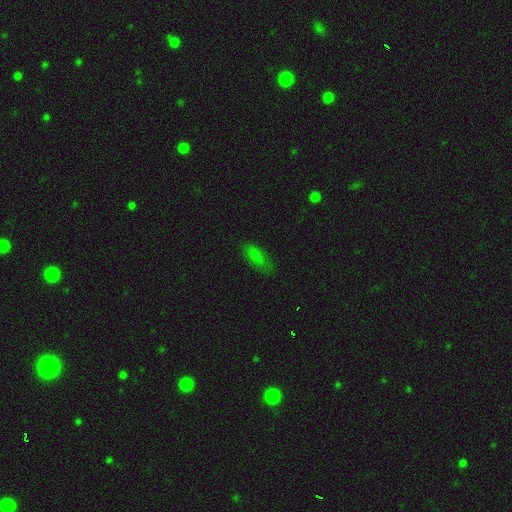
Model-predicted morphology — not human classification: This appears to be a smooth galaxy with no disk features (77%) that is in between round and cigar-shaped (76%). Merging: none (72%).